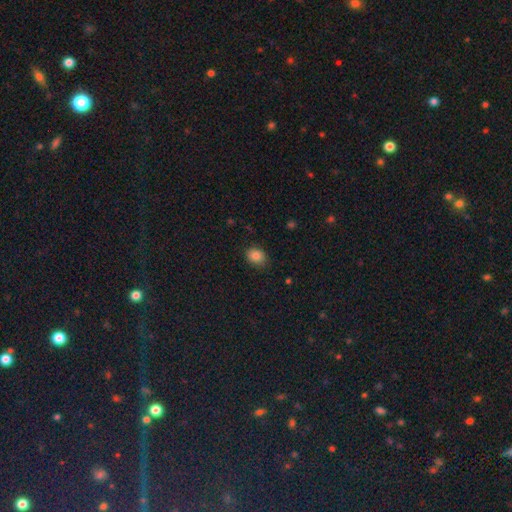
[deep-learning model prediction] The model was most divided on "how rounded": in between: 50%, round: 49%, cigar-shaped: 1%. More confident: smooth or featured — smooth (84%); merging — none (84%).